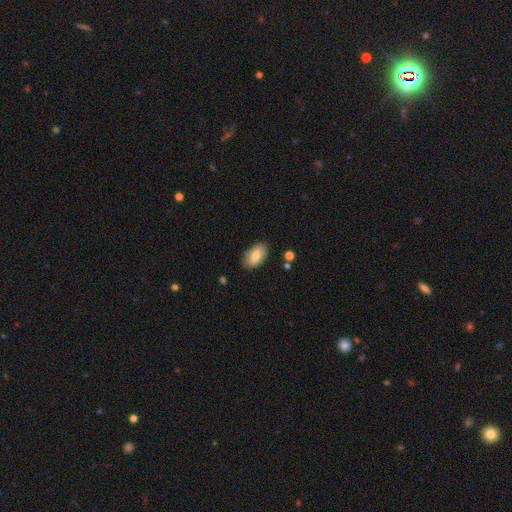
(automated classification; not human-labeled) Morphology: type=smooth (77%); roundness=in between (93%); merging=none (83%).